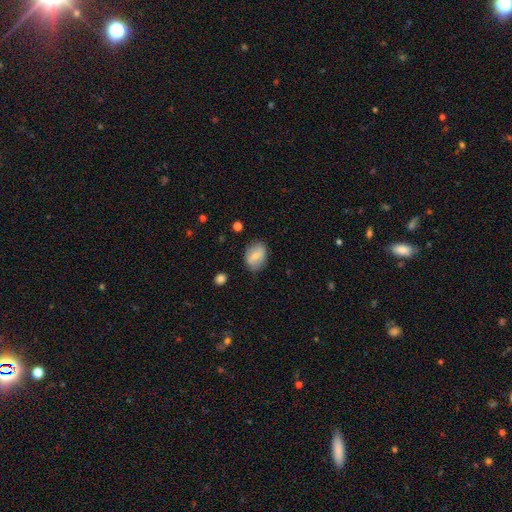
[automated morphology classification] smooth-or-featured: smooth: 67% | featured or disk: 26% | star or artifact: 7%
  how-rounded: in between: 74% | round: 25% | cigar-shaped: 2%
  merging: none: 79% | minor disturbance: 16% | major disturbance: 4% | merger: 1%